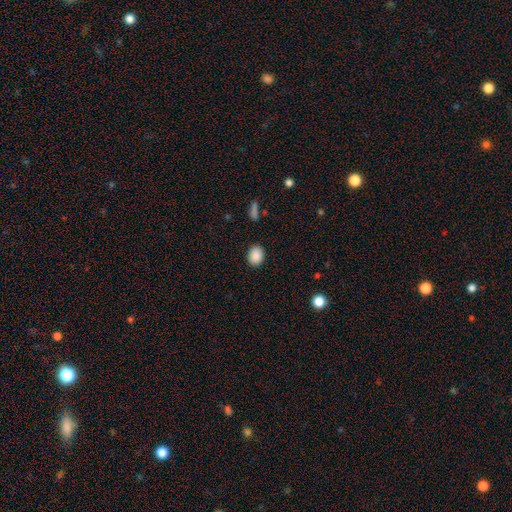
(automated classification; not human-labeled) The model was most divided on "how rounded": in between: 63%, round: 36%, cigar-shaped: 1%. More confident: smooth or featured — smooth (89%); merging — none (88%).